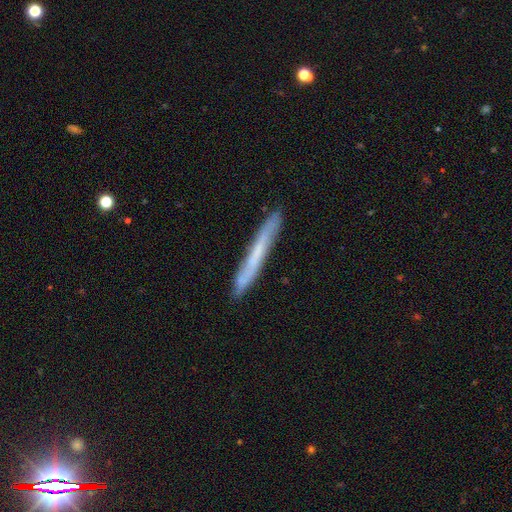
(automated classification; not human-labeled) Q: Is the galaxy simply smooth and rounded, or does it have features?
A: smooth — 48%.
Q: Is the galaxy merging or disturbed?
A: none — 87%.